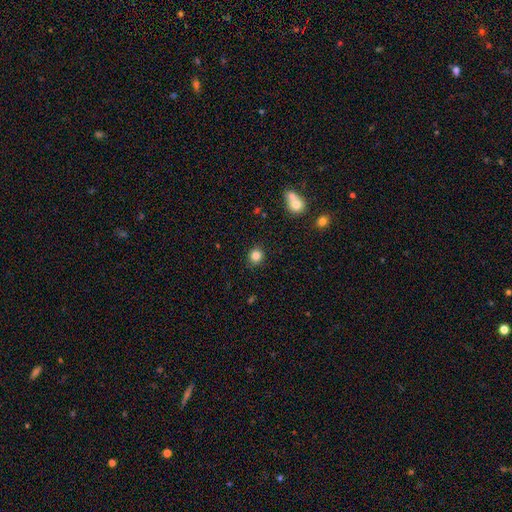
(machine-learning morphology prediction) smooth 83%, star or artifact 11%, featured or disk 6%. Down the decision tree: how rounded — round (84%); merging — none (89%).